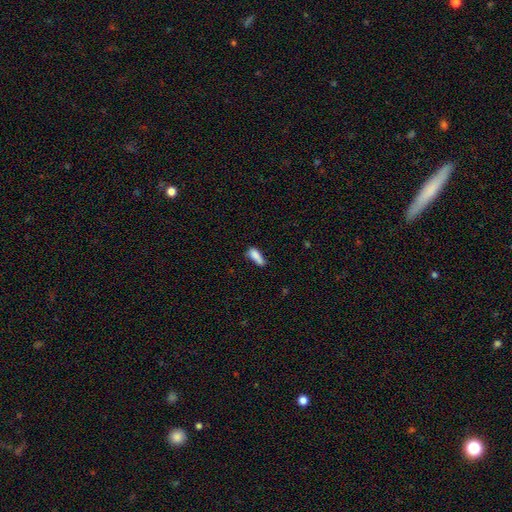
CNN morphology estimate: This is clearly a smooth galaxy (81%). How rounded: likely in between (61%). Merging: marginally none (41%).